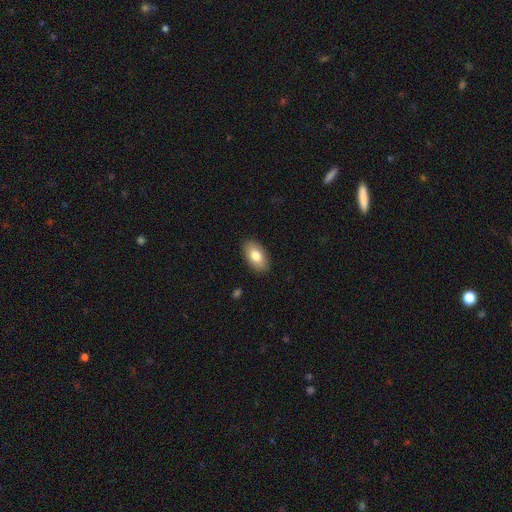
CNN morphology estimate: The model was most divided on "smooth or featured": smooth: 80%, featured or disk: 13%, star or artifact: 7%. More confident: how rounded — in between (94%); merging — none (89%).